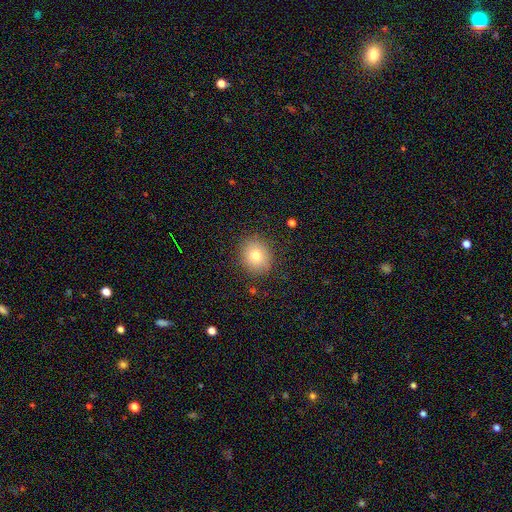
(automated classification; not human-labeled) This is likely a smooth galaxy (77%). How rounded: likely round (69%). Merging: clearly none (86%).